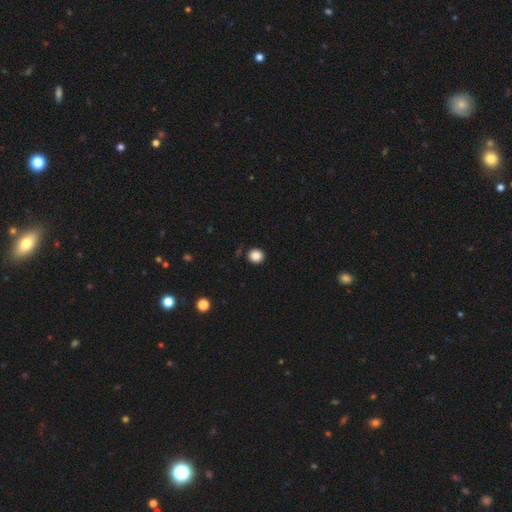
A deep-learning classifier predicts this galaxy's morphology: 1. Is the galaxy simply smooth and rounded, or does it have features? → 86% smooth, 11% star or artifact, 3% featured or disk.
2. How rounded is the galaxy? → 91% round, 8% in between, 1% cigar-shaped.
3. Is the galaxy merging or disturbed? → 90% none, 7% minor disturbance, 2% major disturbance, 2% merger.